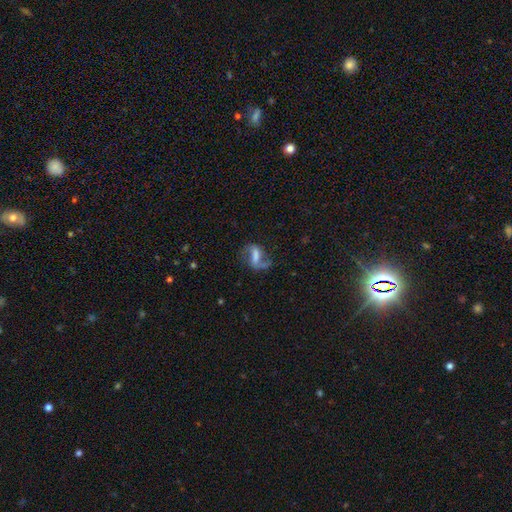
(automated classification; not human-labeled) A featured or disk galaxy (71%) with a strong bar (46%), 2 (81%) loose (61%) spiral arms (88%) and no central bulge (34%). Merging: none (58%).